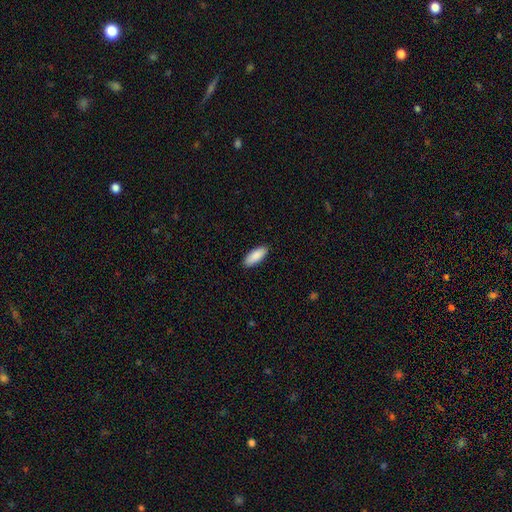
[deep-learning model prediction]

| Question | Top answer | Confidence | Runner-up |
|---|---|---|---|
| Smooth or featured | smooth | 89% | featured or disk (6%) |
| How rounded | in between | 72% | cigar-shaped (27%) |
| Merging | none | 90% | minor disturbance (7%) |